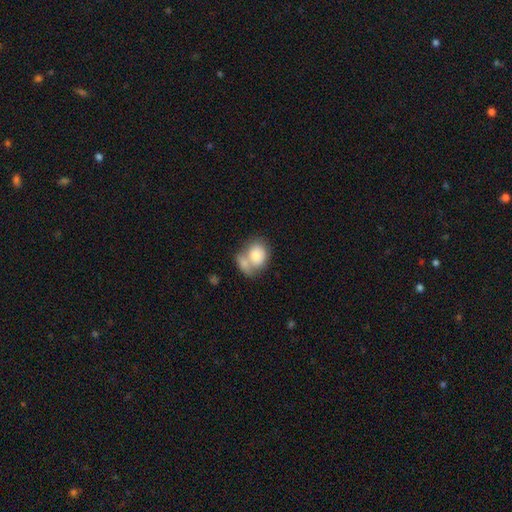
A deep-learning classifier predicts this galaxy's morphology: smooth-or-featured: smooth: 76% | featured or disk: 18% | star or artifact: 6%
  how-rounded: in between: 56% | round: 43% | cigar-shaped: 1%
  merging: merger: 56% | none: 25% | minor disturbance: 12% | major disturbance: 7%